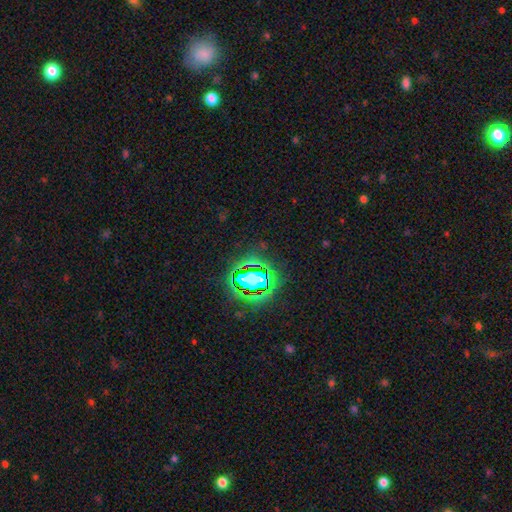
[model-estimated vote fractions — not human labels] star or artifact 76%, smooth 15%, featured or disk 9%.